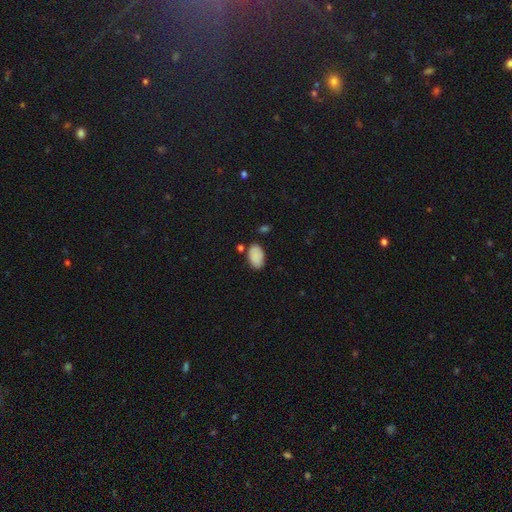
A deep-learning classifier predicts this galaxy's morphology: The model was most divided on "merging": none: 75%, minor disturbance: 15%, merger: 6%, major disturbance: 4%. More confident: how rounded — in between (93%); smooth or featured — smooth (87%).